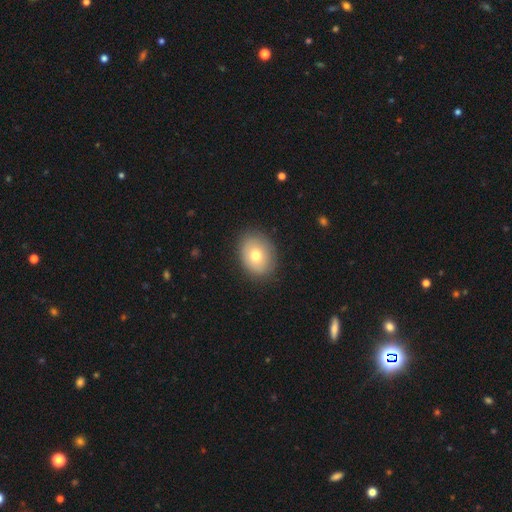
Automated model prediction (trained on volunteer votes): smooth 74%, featured or disk 18%, star or artifact 9%. Down the decision tree: how rounded — in between (59%); merging — none (86%).